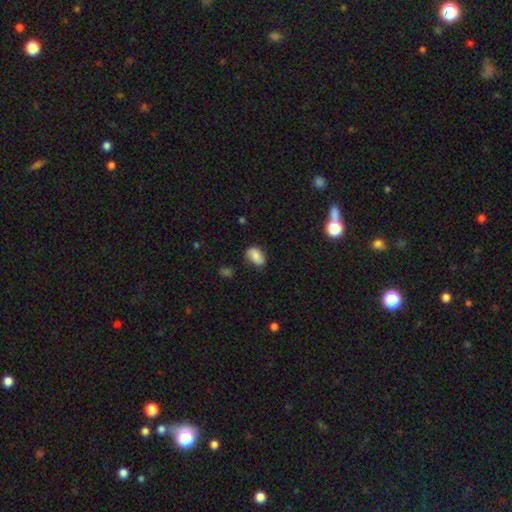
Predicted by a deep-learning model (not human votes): Overall: smooth (73%). How rounded: in between (87%). Merging: none (65%; minor disturbance 27%).